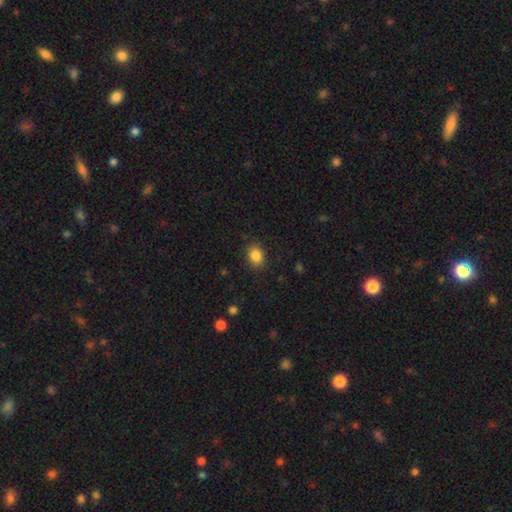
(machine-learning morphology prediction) smooth_or_featured: smooth (p=0.85) [alt: star or artifact p=0.10]
how_rounded: in between (p=0.58) [alt: round p=0.41]
merging: none (p=0.87) [alt: minor disturbance p=0.09]